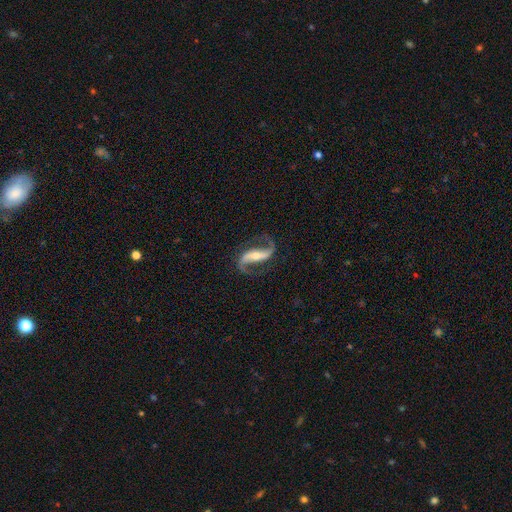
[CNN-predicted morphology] type=featured or disk (90%); edge-on=no (94%); bar=strong (57%); spiral arms=yes (97%); winding=loose (64%); arm count=2 (93%); bulge=small (48%); merging=none (79%).